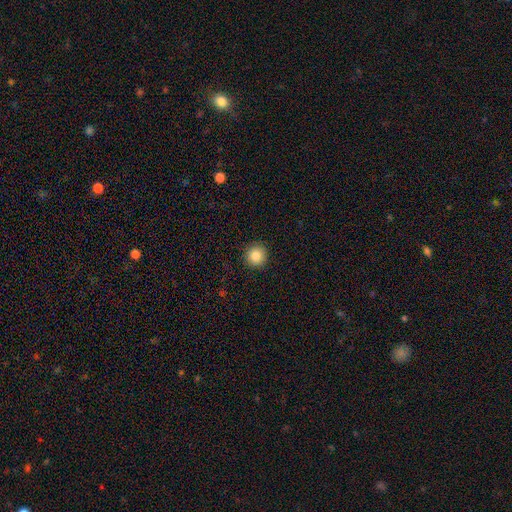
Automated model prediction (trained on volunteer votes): smooth_or_featured: smooth (p=0.85) [alt: star or artifact p=0.10]
how_rounded: round (p=0.94) [alt: in between p=0.05]
merging: none (p=0.92) [alt: minor disturbance p=0.06]